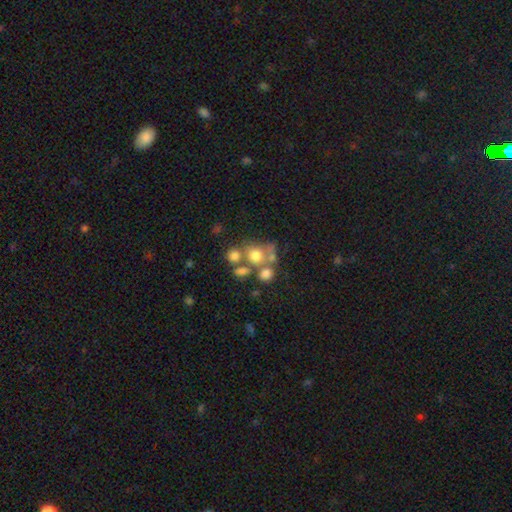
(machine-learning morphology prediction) smooth_or_featured: smooth (p=0.62) [alt: featured or disk p=0.23]
how_rounded: round (p=0.75) [alt: in between p=0.24]
merging: merger (p=0.42) [alt: none p=0.38]